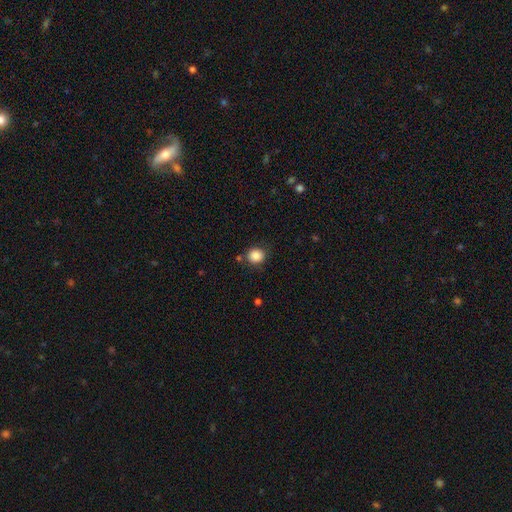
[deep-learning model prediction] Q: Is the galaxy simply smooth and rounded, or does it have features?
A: smooth — 86%.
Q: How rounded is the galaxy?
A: round — 83%.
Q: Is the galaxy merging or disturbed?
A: none — 82%.